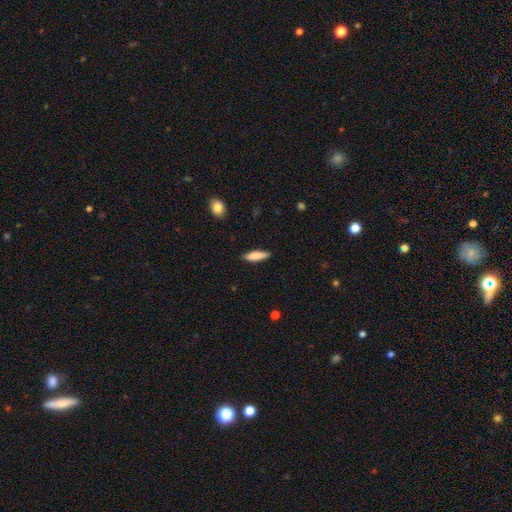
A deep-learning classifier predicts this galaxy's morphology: Smooth or featured? smooth (84%)
How rounded? cigar-shaped (62%)
Merging? none (87%)